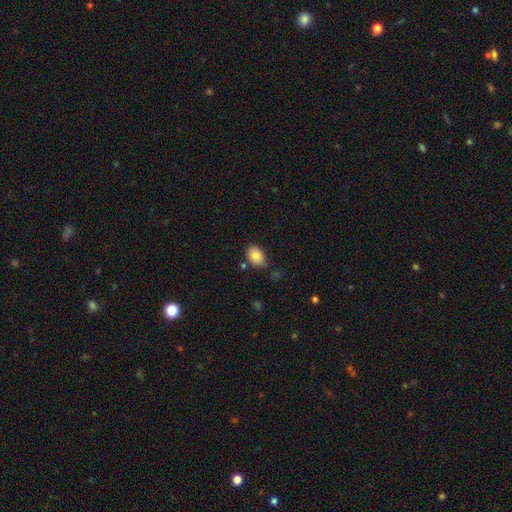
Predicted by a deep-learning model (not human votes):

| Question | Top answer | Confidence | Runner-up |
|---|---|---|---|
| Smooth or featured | smooth | 83% | featured or disk (9%) |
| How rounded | in between | 79% | round (20%) |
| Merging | none | 72% | minor disturbance (19%) |